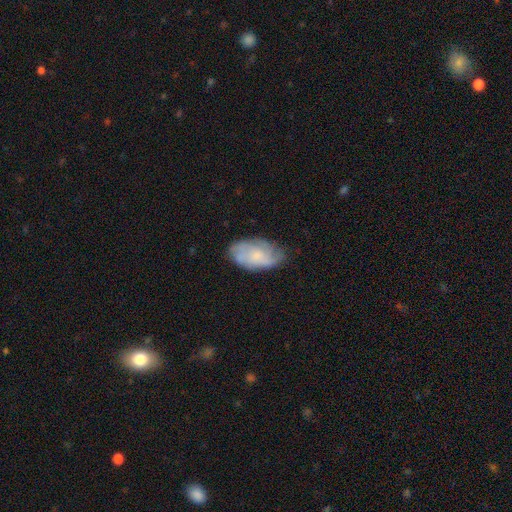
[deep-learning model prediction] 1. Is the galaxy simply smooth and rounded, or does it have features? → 57% smooth, 36% featured or disk, 7% star or artifact.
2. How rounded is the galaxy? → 94% in between, 4% round, 2% cigar-shaped.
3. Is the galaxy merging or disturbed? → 65% none, 27% minor disturbance, 7% major disturbance, 2% merger.